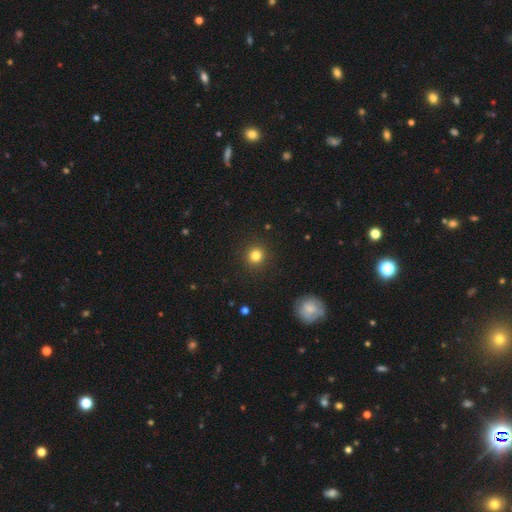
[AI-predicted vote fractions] This is clearly a smooth galaxy (82%). How rounded: clearly round (92%). Merging: clearly none (92%).